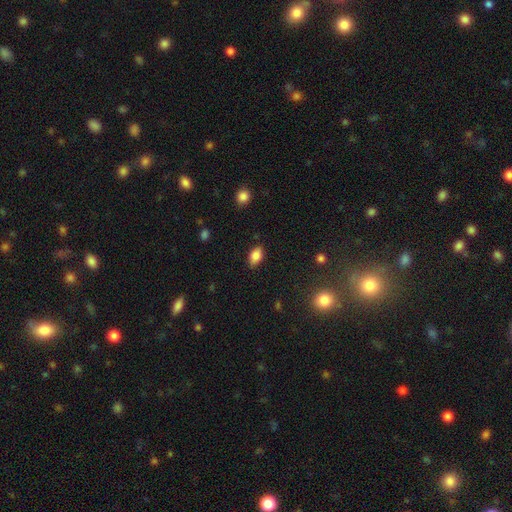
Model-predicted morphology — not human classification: The model was most divided on "merging": none: 85%, minor disturbance: 11%, major disturbance: 3%, merger: 1%. More confident: how rounded — in between (90%); smooth or featured — smooth (85%).